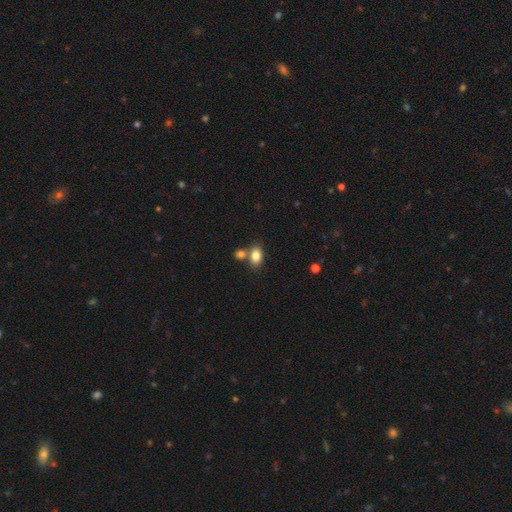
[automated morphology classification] Smooth or featured? Predicted: smooth (p=0.83). How rounded? Predicted: in between (p=0.81). Merging? Predicted: none (p=0.58).